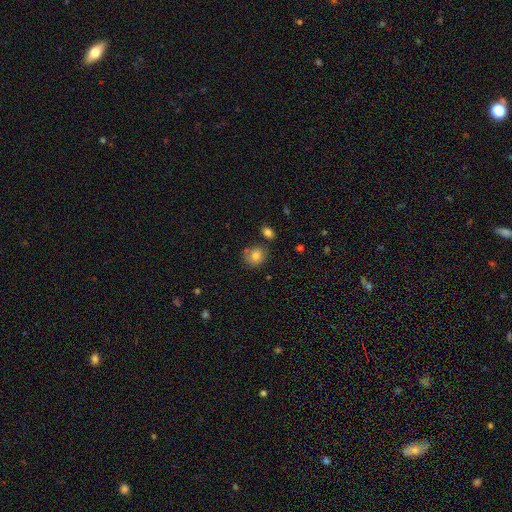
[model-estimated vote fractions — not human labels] smooth_or_featured: smooth (p=0.80) [alt: star or artifact p=0.10]
how_rounded: round (p=0.76) [alt: in between p=0.23]
merging: none (p=0.76) [alt: minor disturbance p=0.13]